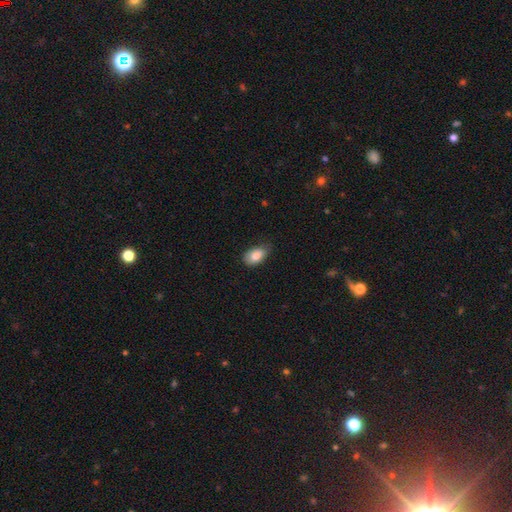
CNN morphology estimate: smooth_or_featured: smooth (p=0.82) [alt: featured or disk p=0.10]
how_rounded: in between (p=0.91) [alt: round p=0.08]
merging: none (p=0.68) [alt: minor disturbance p=0.27]